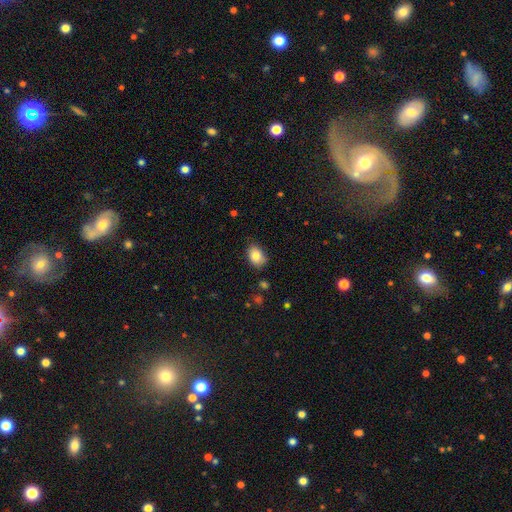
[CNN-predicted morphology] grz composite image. It shows a smooth galaxy with no disk features (84%) that is in between round and cigar-shaped (77%). Merging: none (74%).